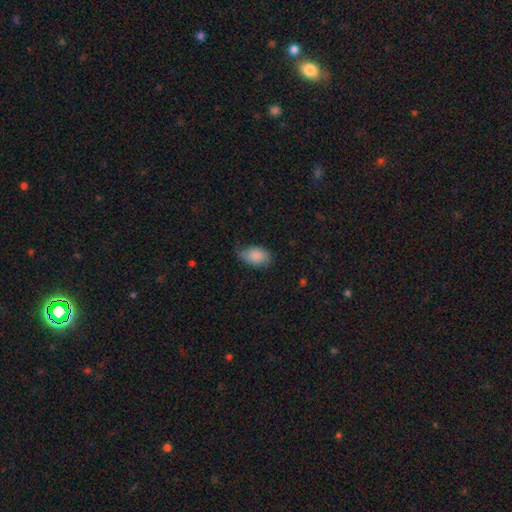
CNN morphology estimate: Smooth or featured: smooth — 83% (featured or disk — 10%)
How rounded: in between — 90% (round — 9%)
Merging: none — 52% (minor disturbance — 36%)